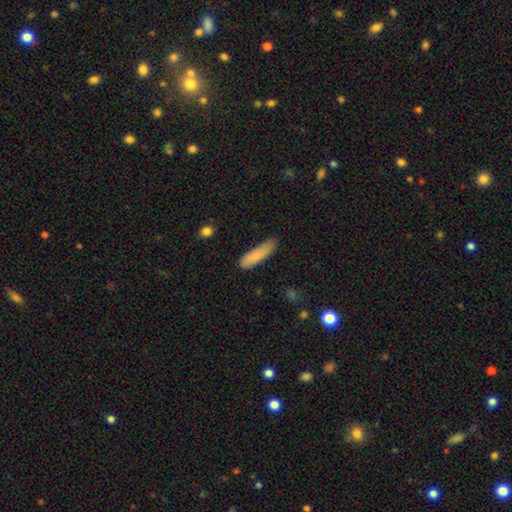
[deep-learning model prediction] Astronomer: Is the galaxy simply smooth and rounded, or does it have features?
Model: smooth — 82%.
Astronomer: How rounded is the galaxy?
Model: cigar-shaped — 70%.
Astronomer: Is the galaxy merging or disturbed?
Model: none — 70%.